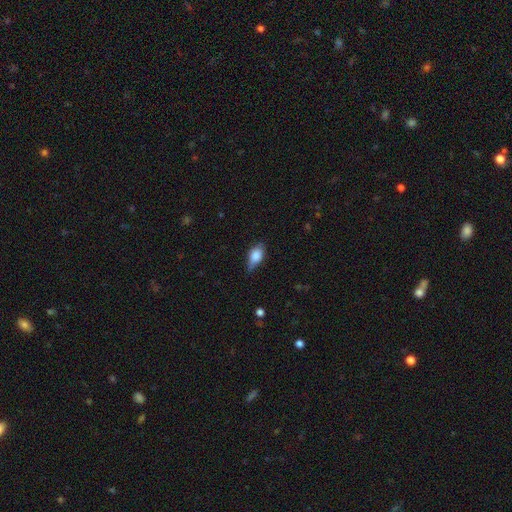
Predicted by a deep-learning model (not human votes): smooth-or-featured: smooth: 78% | featured or disk: 15% | star or artifact: 7%
  how-rounded: in between: 86% | round: 7% | cigar-shaped: 7%
  merging: none: 57% | minor disturbance: 35% | major disturbance: 7% | merger: 2%